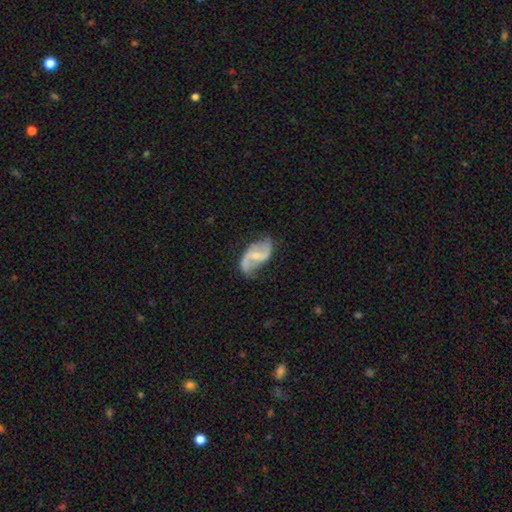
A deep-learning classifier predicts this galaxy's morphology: smooth-or-featured: featured or disk: 82% | smooth: 13% | star or artifact: 5%
  disk-edge-on: no: 97% | yes: 3%
    bar: weak: 45% | strong: 28% | no: 27%
    has-spiral-arms: yes: 93% | no: 7%
      spiral-winding: loose: 67% | medium: 26% | tight: 7%
      spiral-arm-count: 2: 91% | can't tell: 4% | 1: 2% | 3: 1% | 4: 1% | more than 4: 1%
    bulge-size: small: 55% | moderate: 39% | none: 4% | large: 2% | dominant: 1%
  merging: none: 67% | minor disturbance: 22% | major disturbance: 9% | merger: 2%